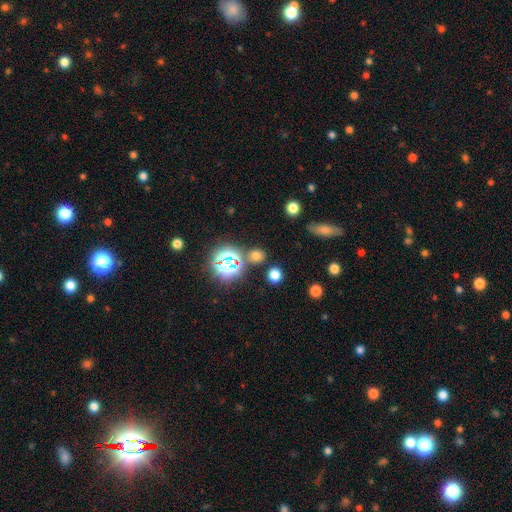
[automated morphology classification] A smooth galaxy with no disk features (60%) that is round (73%).

Vote fractions:
- Smooth or featured? smooth: 60% / star or artifact: 33% / featured or disk: 7%
- How rounded? round: 73% / in between: 25% / cigar-shaped: 1%
- Merging? none: 79% / merger: 9% / minor disturbance: 9% / major disturbance: 4%